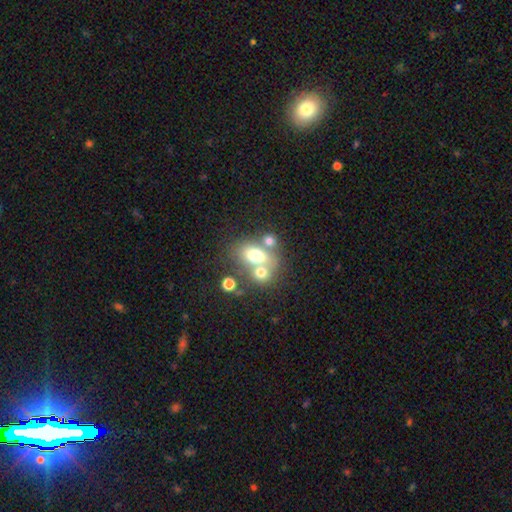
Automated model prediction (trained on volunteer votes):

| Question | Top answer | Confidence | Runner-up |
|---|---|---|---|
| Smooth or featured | smooth | 67% | featured or disk (20%) |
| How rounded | in between | 64% | round (34%) |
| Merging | merger | 50% | none (35%) |